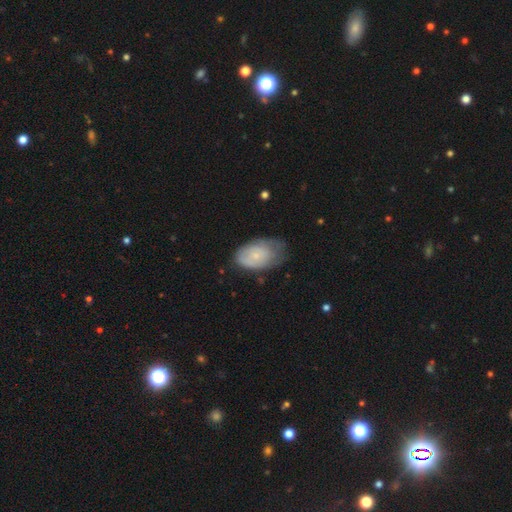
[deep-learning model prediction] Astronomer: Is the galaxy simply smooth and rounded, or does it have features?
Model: smooth — 57% (runner-up: featured or disk, 36%).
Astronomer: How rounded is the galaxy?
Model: in between — 91%.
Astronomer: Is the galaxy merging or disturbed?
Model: none — 47% (runner-up: minor disturbance, 36%).